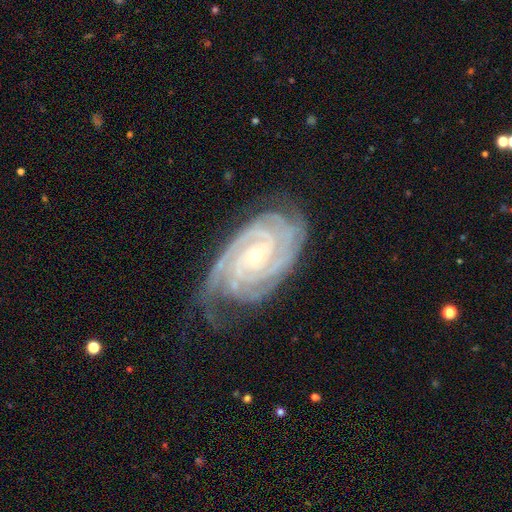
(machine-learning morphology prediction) featured or disk 92%, star or artifact 5%, smooth 3%. Down the decision tree: edge-on disk — no (97%); bar — no (63%); spiral arms — yes (99%); spiral arm count — 4 (30%); spiral winding — tight (81%); bulge size — small (75%); merging — none (69%).